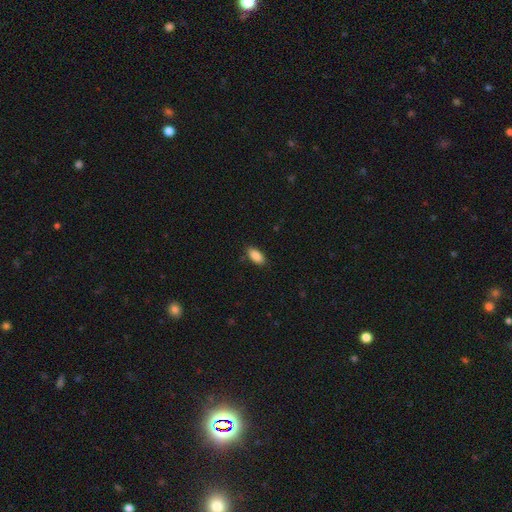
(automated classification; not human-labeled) Smooth or featured? smooth (88%)
How rounded? in between (90%)
Merging? none (85%)